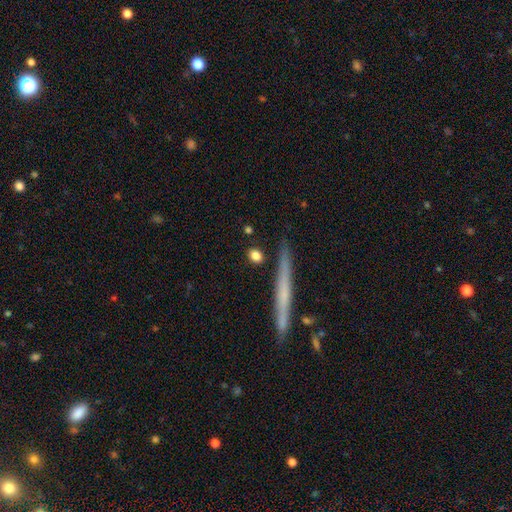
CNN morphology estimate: This is clearly a smooth galaxy (81%). How rounded: possibly round (56%). Merging: clearly none (84%).